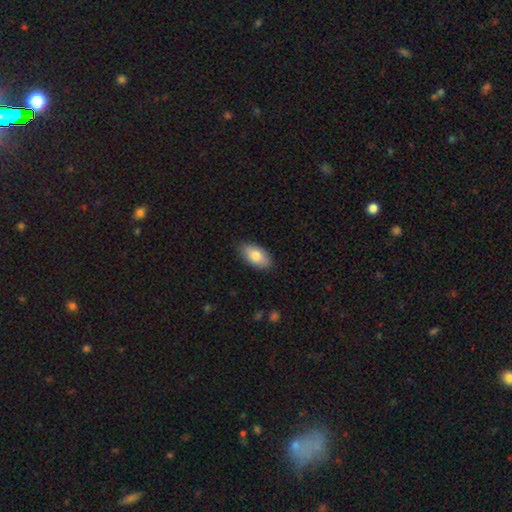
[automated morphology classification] A smooth galaxy with no disk features (81%) that is in between round and cigar-shaped (93%). Merging: none (86%).